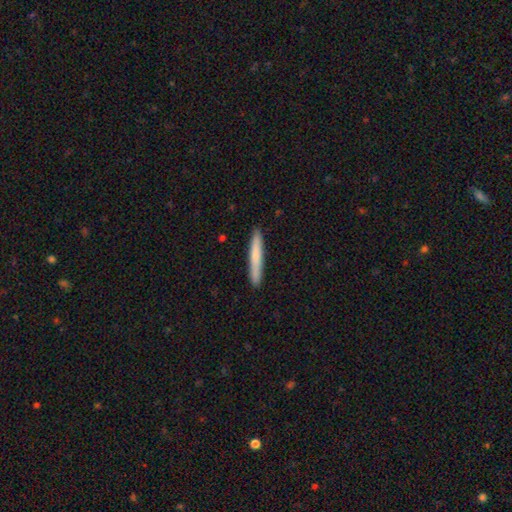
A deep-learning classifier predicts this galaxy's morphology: Overall: smooth (72%). How rounded: cigar-shaped (96%). Merging: none (92%).